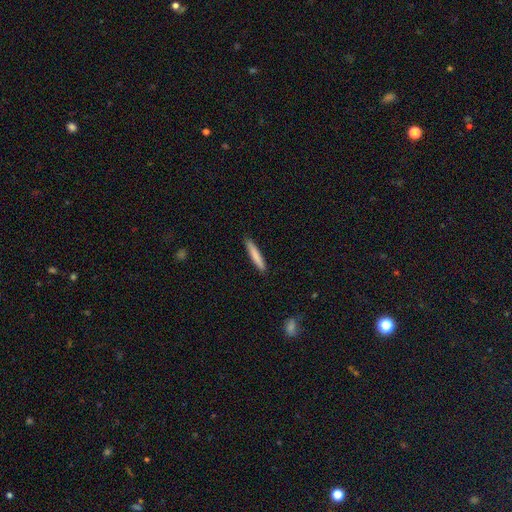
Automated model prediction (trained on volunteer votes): smooth 82%, featured or disk 13%, star or artifact 5%. Down the decision tree: how rounded — cigar-shaped (94%); merging — none (90%).